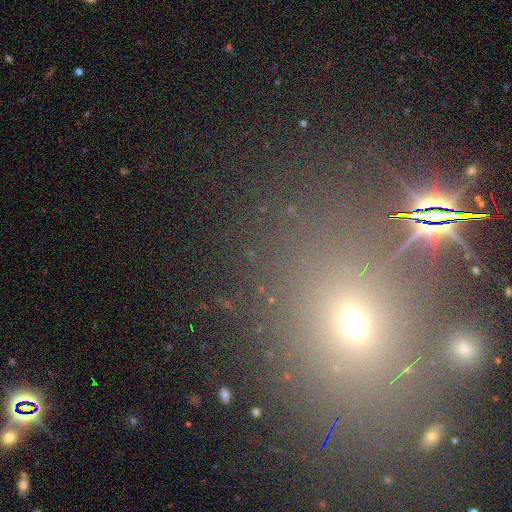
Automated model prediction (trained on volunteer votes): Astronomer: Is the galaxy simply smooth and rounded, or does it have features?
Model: star or artifact — 53% (runner-up: smooth, 36%).